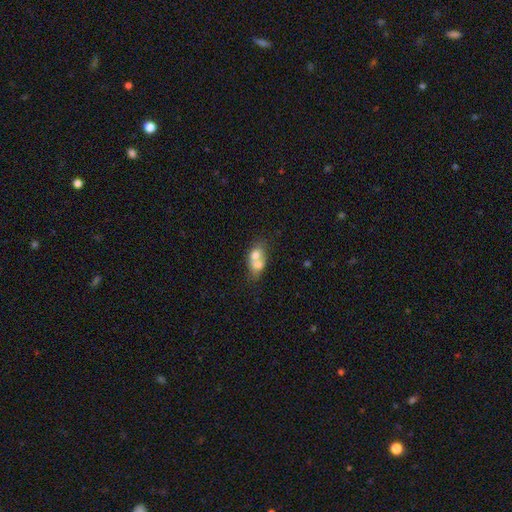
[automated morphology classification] Smooth or featured? Predicted: smooth (p=0.63). How rounded? Predicted: in between (p=0.64). Merging? Predicted: merger (p=0.66).